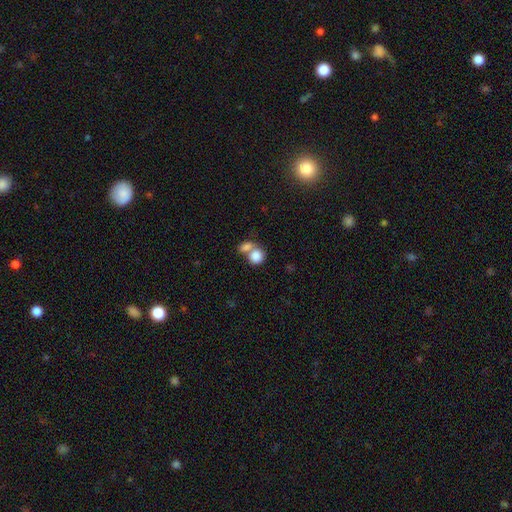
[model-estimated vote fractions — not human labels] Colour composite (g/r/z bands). It shows a smooth galaxy with no disk features (82%) that is round (70%). Merging: merger (60%).